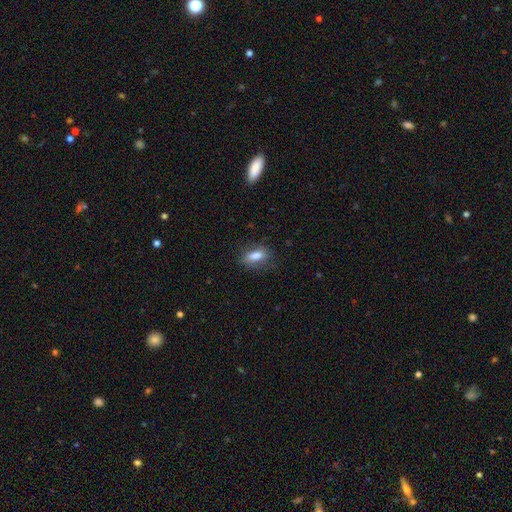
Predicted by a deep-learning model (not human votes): Q: Smooth or featured?
A: smooth (79%); runner-up: featured or disk (12%)
Q: How rounded?
A: in between (79%); runner-up: cigar-shaped (12%)
Q: Merging?
A: none (75%); runner-up: minor disturbance (18%)